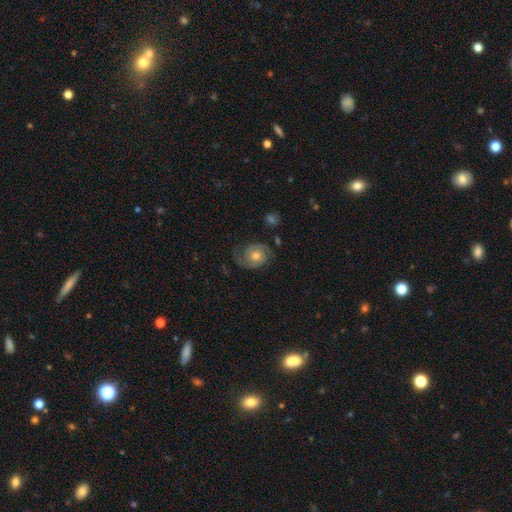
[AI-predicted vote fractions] A featured or disk galaxy (84%) with no bar (73%), 2 (90%) tight (44%, tied with medium) spiral arms (96%) and a moderate central bulge (70%). Merging: none (77%).